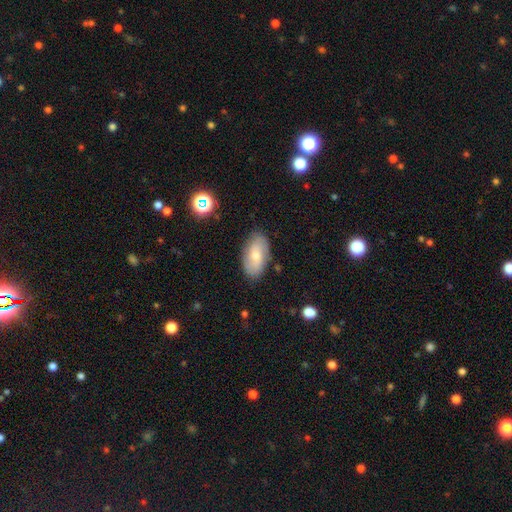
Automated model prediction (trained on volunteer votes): This appears to be a smooth galaxy with no disk features (56%) that is in between round and cigar-shaped (93%). Merging: none (81%).